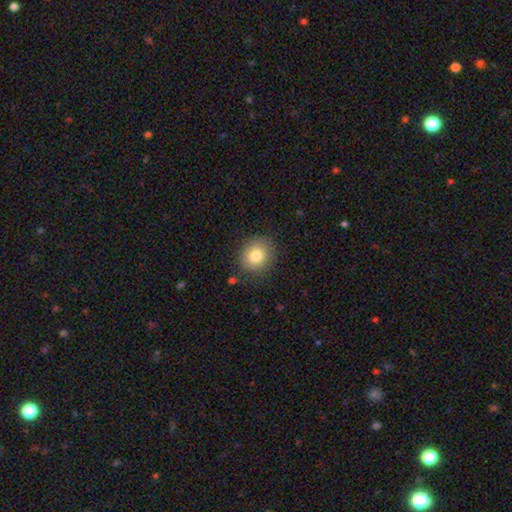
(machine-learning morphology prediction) smooth_or_featured: smooth (p=0.80) [alt: star or artifact p=0.10]
how_rounded: round (p=0.78) [alt: in between p=0.21]
merging: none (p=0.85) [alt: minor disturbance p=0.10]